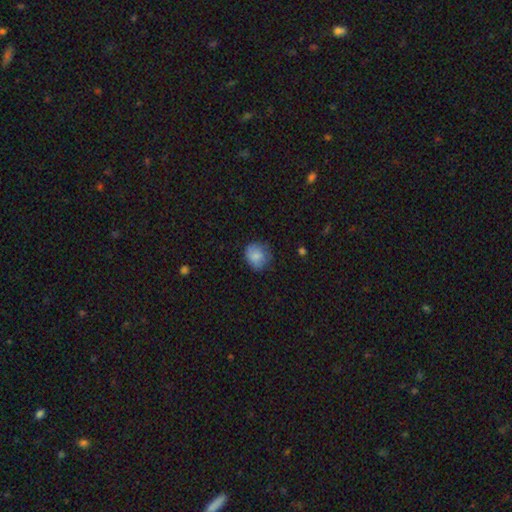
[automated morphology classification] smooth 81%, featured or disk 11%, star or artifact 8%. Down the decision tree: how rounded — round (78%); merging — none (70%).